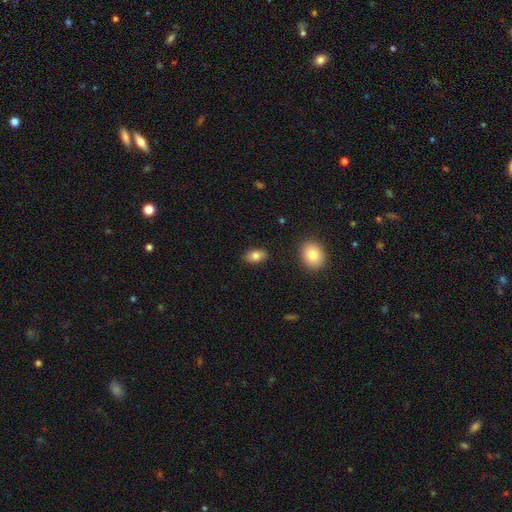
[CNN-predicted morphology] This is clearly a smooth galaxy (82%). How rounded: clearly in between (90%). Merging: clearly none (86%).